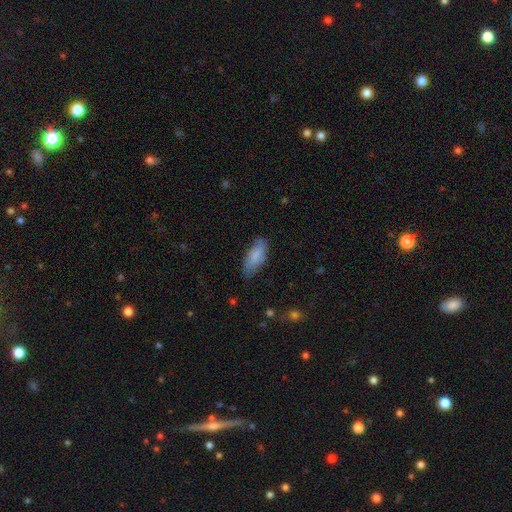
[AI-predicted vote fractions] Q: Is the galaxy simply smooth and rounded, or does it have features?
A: smooth — 83%.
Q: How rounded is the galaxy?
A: in between — 75%.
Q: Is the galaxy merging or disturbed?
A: none — 74%.